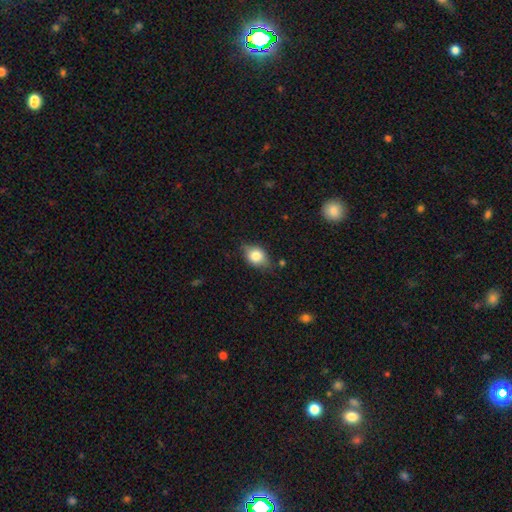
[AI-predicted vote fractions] smooth 73%, featured or disk 19%, star or artifact 9%. Down the decision tree: how rounded — in between (66%); merging — none (70%).